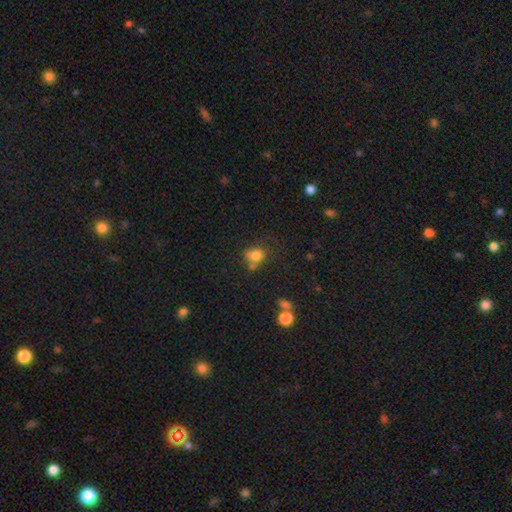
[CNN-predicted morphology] The model was most divided on "how rounded": round: 57%, in between: 42%, cigar-shaped: 1%. More confident: smooth or featured — smooth (79%); merging — none (53%).